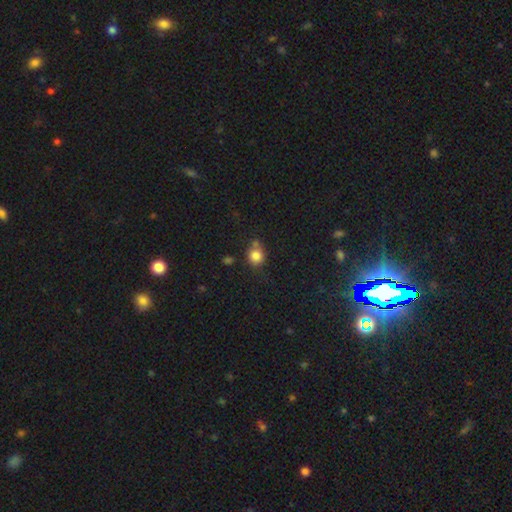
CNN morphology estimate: Smooth or featured? smooth (83%)
How rounded? round (82%)
Merging? none (59%)